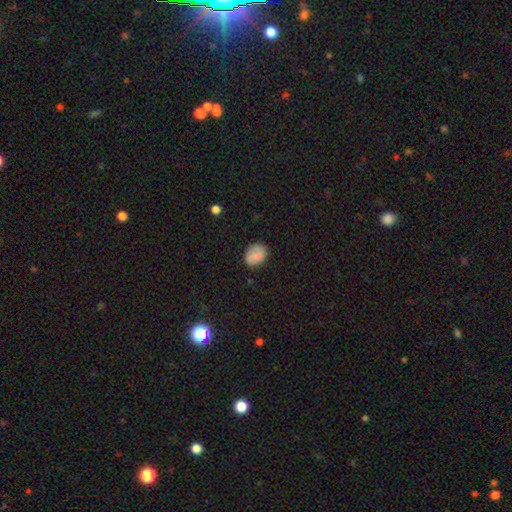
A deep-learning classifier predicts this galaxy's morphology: The model was most divided on "how rounded": in between: 57%, round: 42%, cigar-shaped: 1%. More confident: smooth or featured — smooth (81%); merging — none (79%).